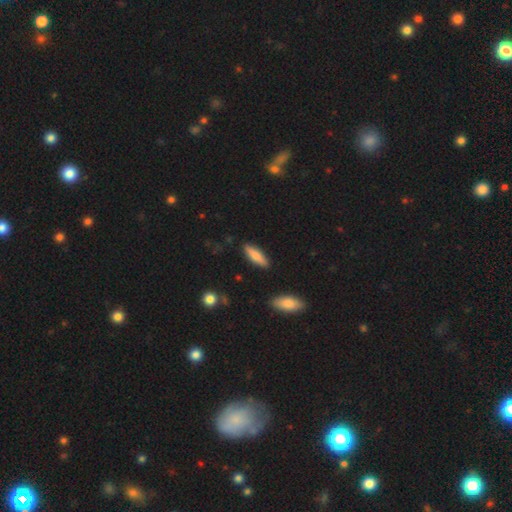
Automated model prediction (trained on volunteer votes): A smooth galaxy with no disk features (74%) that is cigar-shaped (61%).

Vote fractions:
- Smooth or featured? smooth: 74% / featured or disk: 21% / star or artifact: 6%
- How rounded? cigar-shaped: 61% / in between: 38% / round: 2%
- Merging? none: 87% / minor disturbance: 9% / merger: 2% / major disturbance: 2%